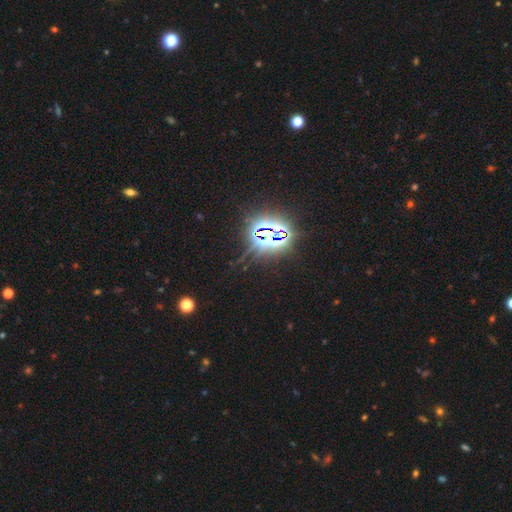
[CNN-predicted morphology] This appears to be a star or artifact, not a galaxy (84%).